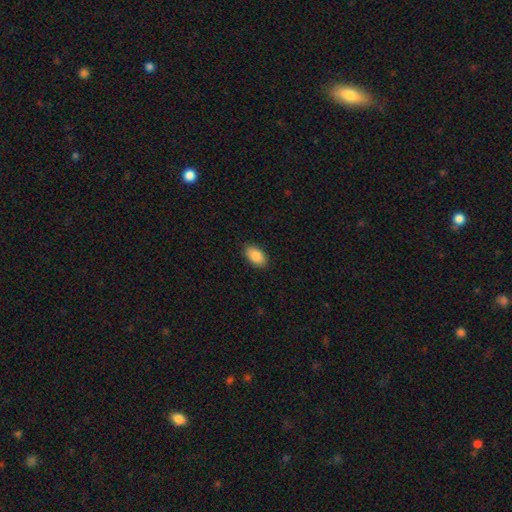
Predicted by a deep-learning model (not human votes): This is clearly a smooth galaxy (89%). How rounded: clearly in between (94%). Merging: clearly none (88%).